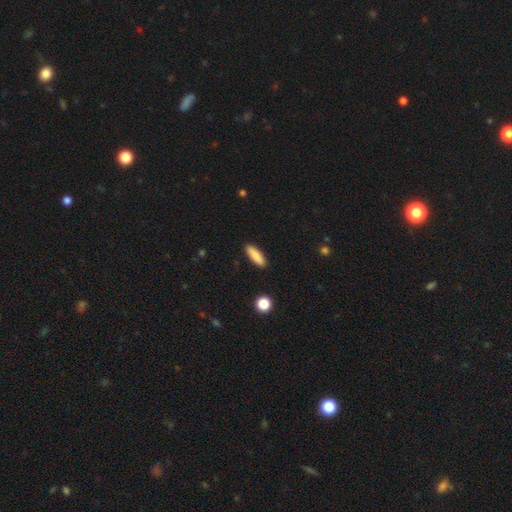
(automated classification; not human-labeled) A smooth galaxy with no disk features (87%) that is cigar-shaped (54%).

Vote fractions:
- Smooth or featured? smooth: 87% / featured or disk: 7% / star or artifact: 6%
- How rounded? cigar-shaped: 54% / in between: 44% / round: 2%
- Merging? none: 90% / minor disturbance: 7% / major disturbance: 2% / merger: 1%